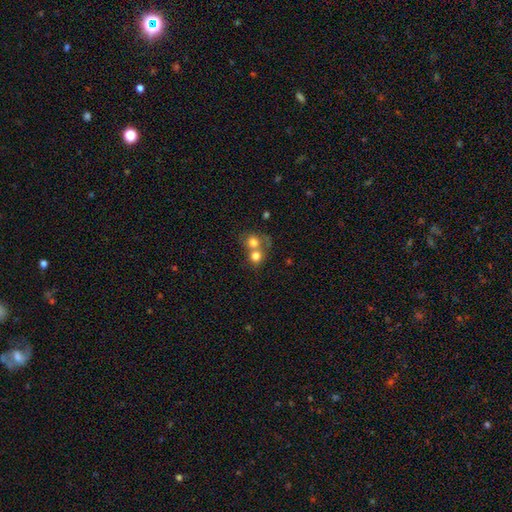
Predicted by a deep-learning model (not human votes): Q: Smooth or featured?
A: smooth (74%); runner-up: featured or disk (15%)
Q: How rounded?
A: round (82%); runner-up: in between (17%)
Q: Merging?
A: merger (61%); runner-up: none (31%)